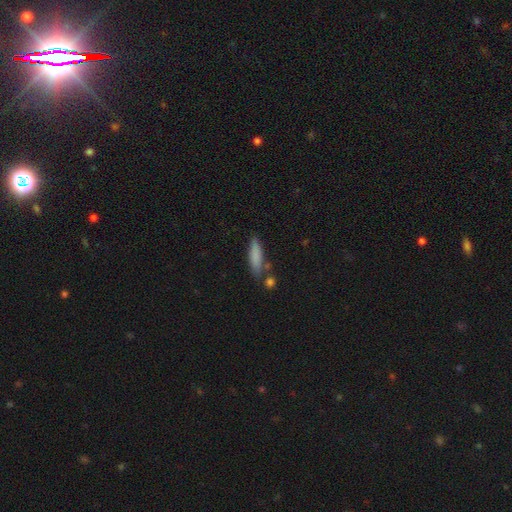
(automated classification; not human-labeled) This appears to be a smooth galaxy with no disk features (81%) that is cigar-shaped (72%). Merging: none (73%).